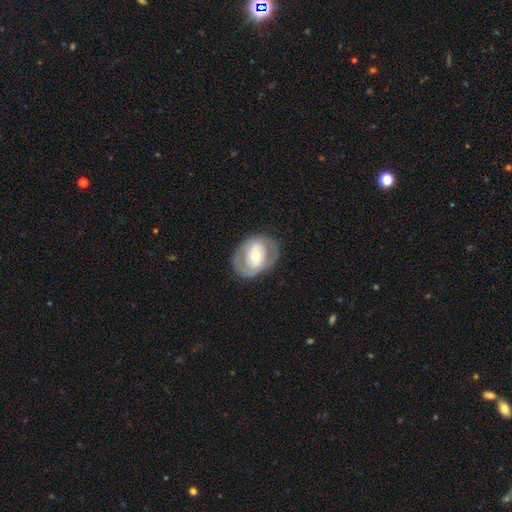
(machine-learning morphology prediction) This is likely a featured or disk galaxy (62%). It is clearly not viewed edge-on (95%). Bar: possibly no (52%). Spiral arm pattern: possibly no (52%). Central bulge: likely moderate (71%). Merging: likely none (78%).